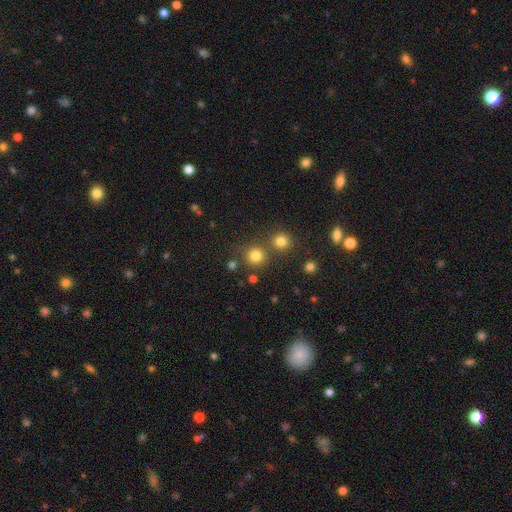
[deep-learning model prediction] The model was most divided on "merging": none: 71%, merger: 18%, minor disturbance: 8%, major disturbance: 3%. More confident: how rounded — round (92%); smooth or featured — smooth (79%).